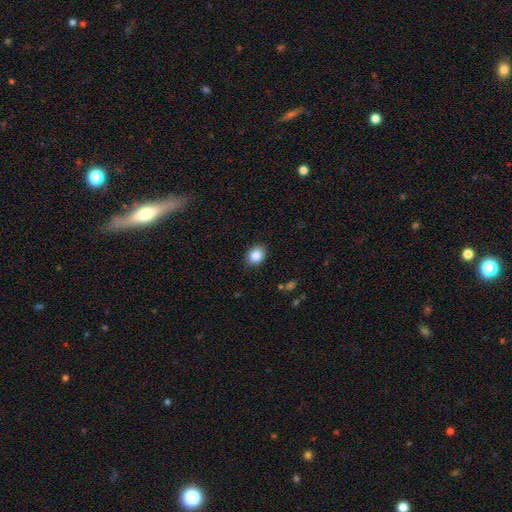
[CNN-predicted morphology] Smooth or featured? Predicted: smooth (p=0.85). How rounded? Predicted: in between (p=0.56). Merging? Predicted: none (p=0.87).